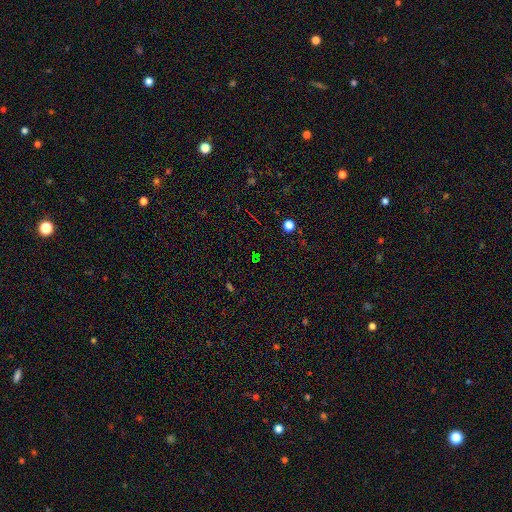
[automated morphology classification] Overall: star or artifact (69%).